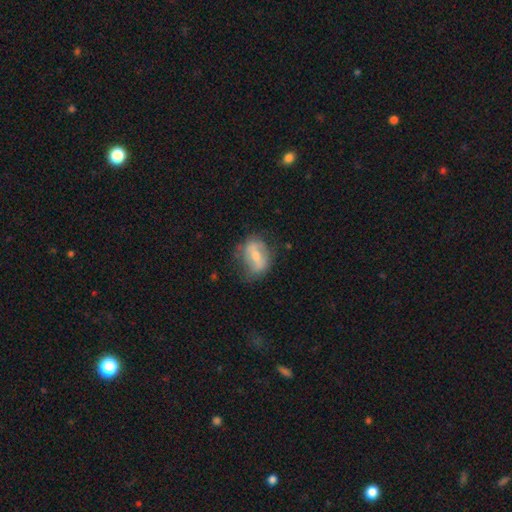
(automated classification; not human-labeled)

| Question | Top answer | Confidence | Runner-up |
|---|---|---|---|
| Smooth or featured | featured or disk | 52% | smooth (41%) |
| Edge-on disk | no | 92% | yes (8%) |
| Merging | none | 60% | minor disturbance (26%) |